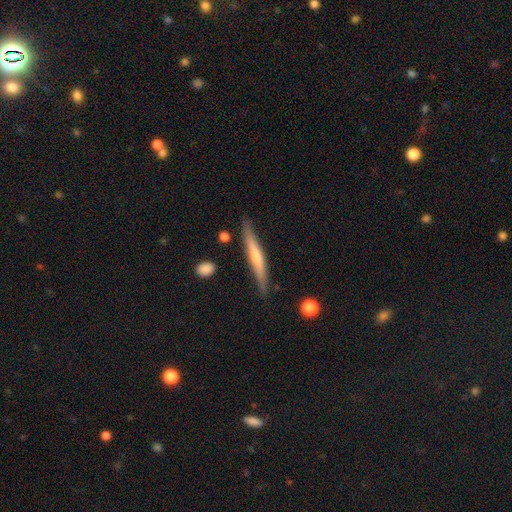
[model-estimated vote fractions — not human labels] A featured or disk galaxy (63%) viewed edge-on (96%) with a rounded central bulge (65%).

Vote fractions:
- Smooth or featured? featured or disk: 63% / smooth: 30% / star or artifact: 7%
- Edge-on disk? yes: 96% / no: 4%
- Edge-on bulge? rounded: 65% / none: 27% / boxy: 8%
- Merging? none: 87% / minor disturbance: 9% / merger: 2% / major disturbance: 2%